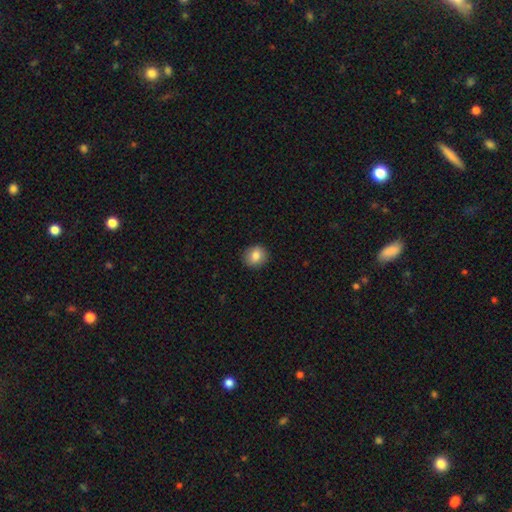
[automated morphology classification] smooth 83%, star or artifact 9%, featured or disk 8%. Down the decision tree: how rounded — round (79%); merging — none (90%).